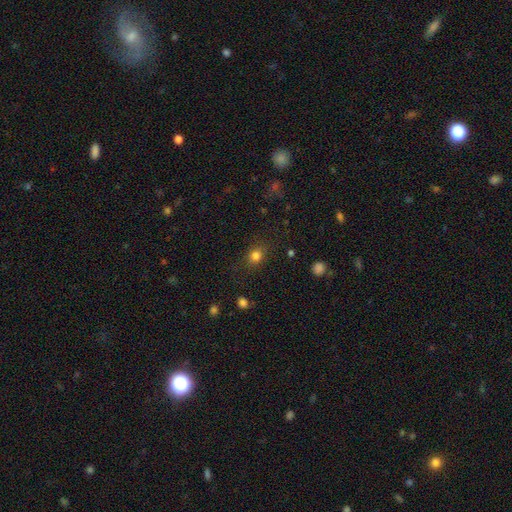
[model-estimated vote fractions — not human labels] Q: Smooth or featured?
A: smooth (81%); runner-up: star or artifact (13%)
Q: How rounded?
A: round (64%); runner-up: in between (35%)
Q: Merging?
A: none (82%); runner-up: minor disturbance (12%)